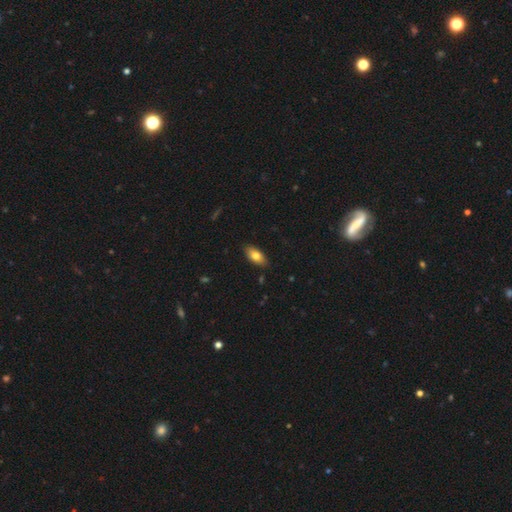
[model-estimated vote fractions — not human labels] The model was most divided on "smooth or featured": smooth: 77%, featured or disk: 16%, star or artifact: 7%. More confident: how rounded — in between (88%); merging — none (86%).